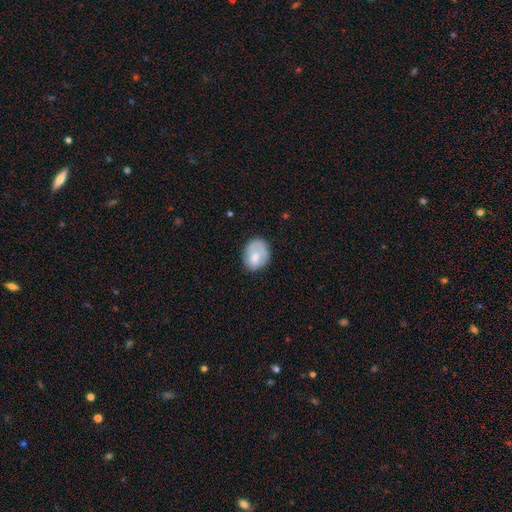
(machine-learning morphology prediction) smooth-or-featured: smooth: 72% | featured or disk: 21% | star or artifact: 8%
  how-rounded: in between: 60% | round: 39% | cigar-shaped: 1%
  merging: none: 61% | minor disturbance: 27% | major disturbance: 10% | merger: 2%